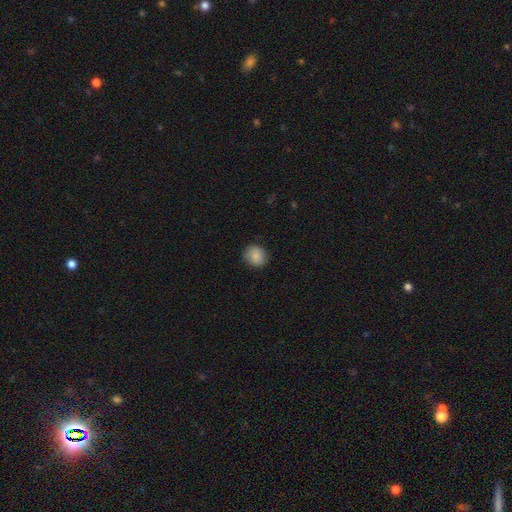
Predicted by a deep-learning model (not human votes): This is clearly a smooth galaxy (86%). How rounded: clearly round (81%). Merging: clearly none (87%).